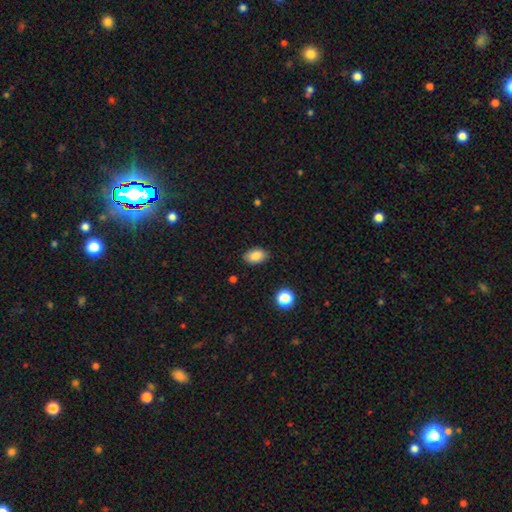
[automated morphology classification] type=smooth (85%); roundness=in between (89%); merging=none (87%).